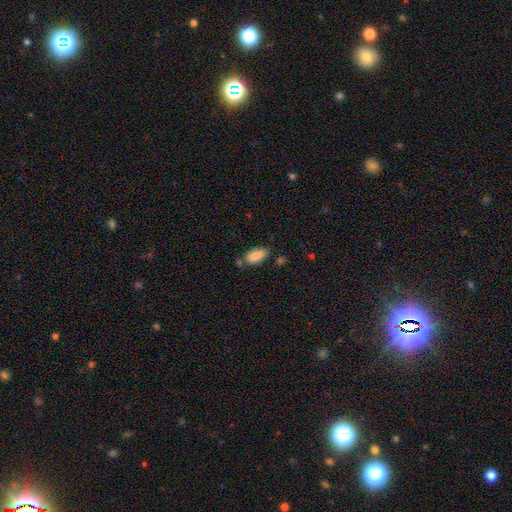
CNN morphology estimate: This is clearly a smooth galaxy (86%). How rounded: clearly in between (87%). Merging: likely none (70%).